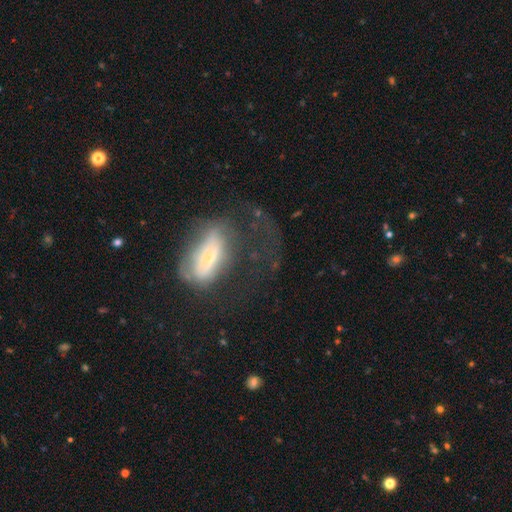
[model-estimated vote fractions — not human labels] Morphology: type=featured or disk (48%); merging=major disturbance (55%).